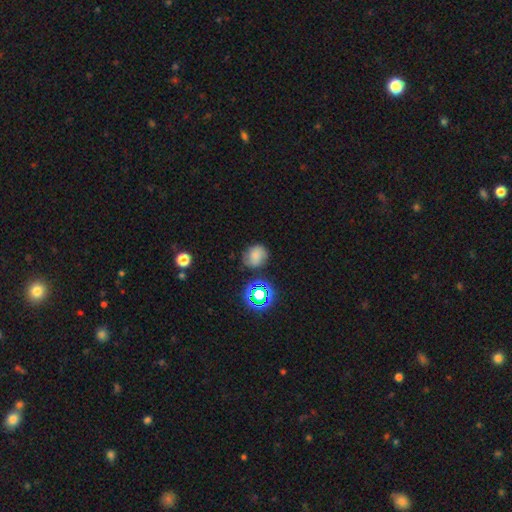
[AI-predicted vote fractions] Smooth or featured? Predicted: smooth (p=0.66). How rounded? Predicted: round (p=0.67). Merging? Predicted: none (p=0.71).